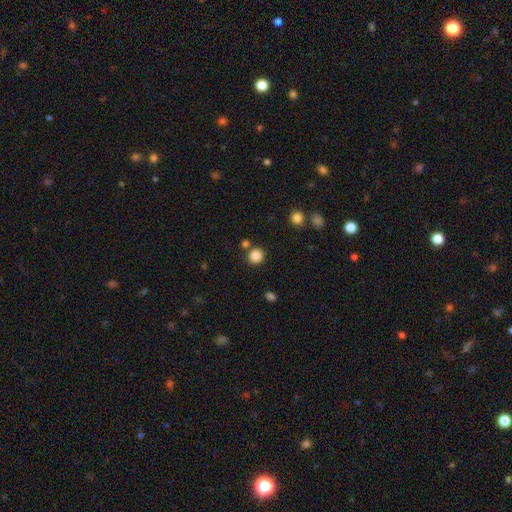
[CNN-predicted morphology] The model was most divided on "merging": none: 81%, merger: 9%, minor disturbance: 8%, major disturbance: 3%. More confident: how rounded — round (89%); smooth or featured — smooth (85%).